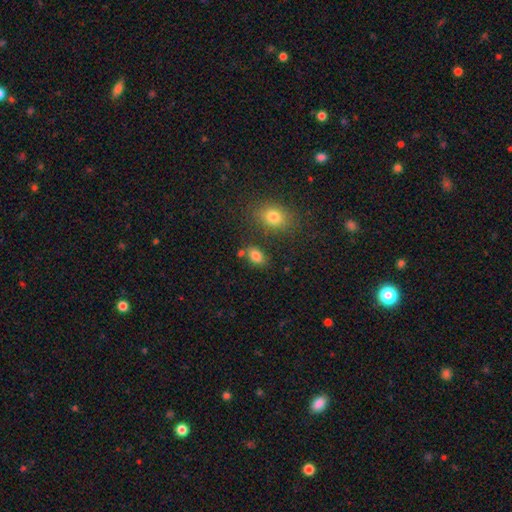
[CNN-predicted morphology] Smooth or featured: smooth — 82% (star or artifact — 11%)
How rounded: in between — 84% (round — 14%)
Merging: none — 73% (minor disturbance — 13%)